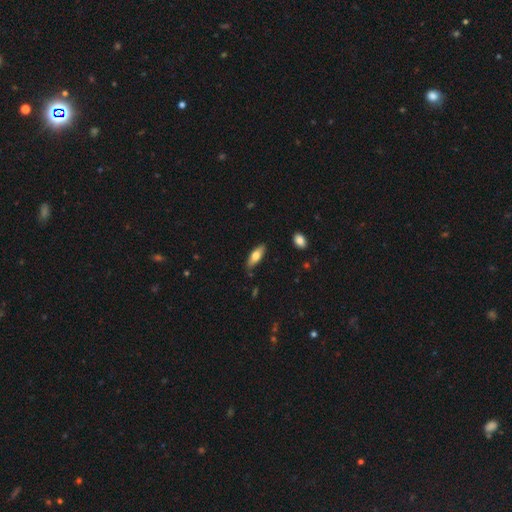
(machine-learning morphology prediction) This appears to be a smooth galaxy with no disk features (68%) that is in between round and cigar-shaped (63%). Merging: none (83%).